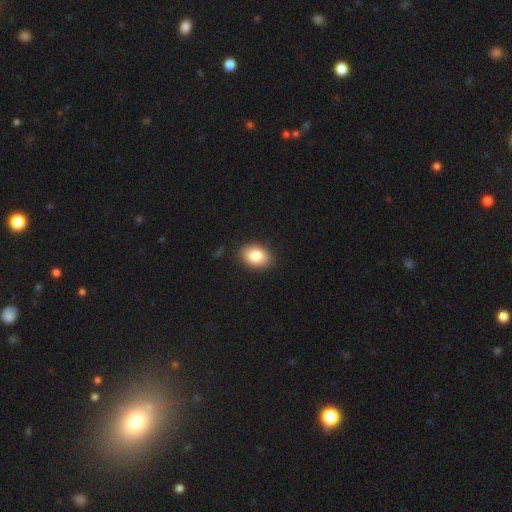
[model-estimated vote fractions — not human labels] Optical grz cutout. It shows a smooth galaxy with no disk features (84%) that is in between round and cigar-shaped (80%). Merging: none (87%).